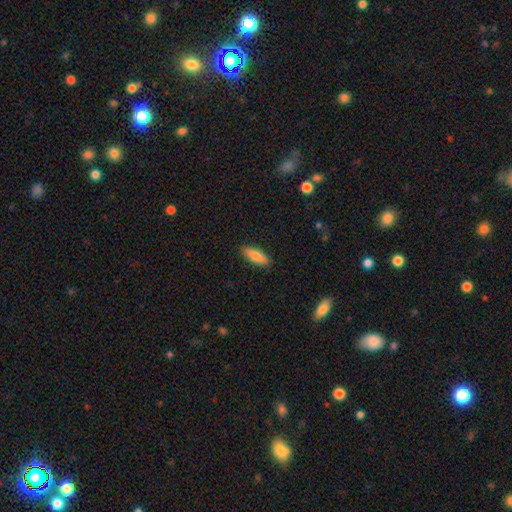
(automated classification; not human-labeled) Morphology: type=smooth (79%); roundness=in between (60%); merging=none (88%).